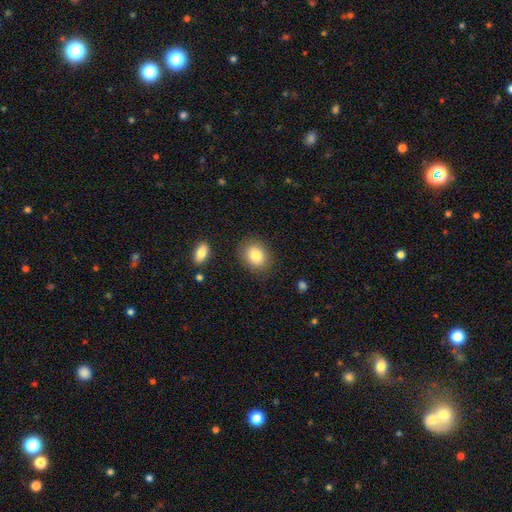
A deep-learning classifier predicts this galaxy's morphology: Smooth or featured: smooth — 83% (star or artifact — 9%)
How rounded: round — 55% (in between — 44%)
Merging: none — 84% (minor disturbance — 11%)